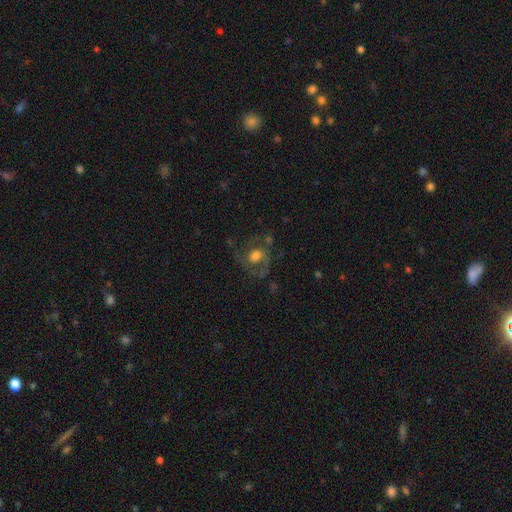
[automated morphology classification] smooth_or_featured: featured or disk (p=0.68) [alt: smooth p=0.23]
disk_edge_on: no (p=0.97) [alt: yes p=0.03]
bar: no (p=0.67) [alt: weak p=0.27]
has_spiral_arms: yes (p=0.81) [alt: no p=0.19]
spiral_winding: medium (p=0.48) [alt: tight p=0.30]
spiral_arm_count: 2 (p=0.54) [alt: 1 p=0.24]
bulge_size: moderate (p=0.46) [alt: large p=0.36]
merging: none (p=0.54) [alt: major disturbance p=0.24]